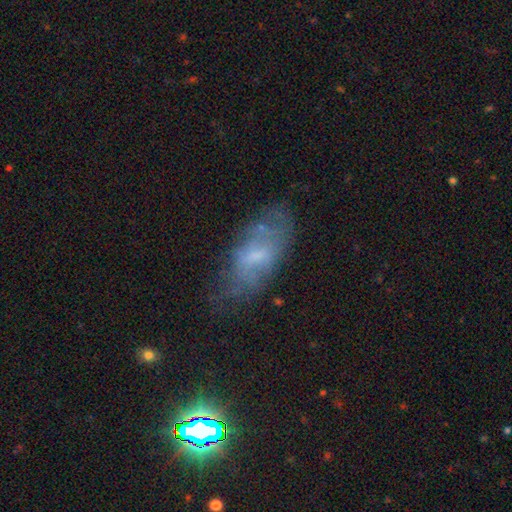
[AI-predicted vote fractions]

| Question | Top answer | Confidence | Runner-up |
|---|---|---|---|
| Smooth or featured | featured or disk | 46% | smooth (43%) |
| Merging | none | 55% | minor disturbance (27%) |